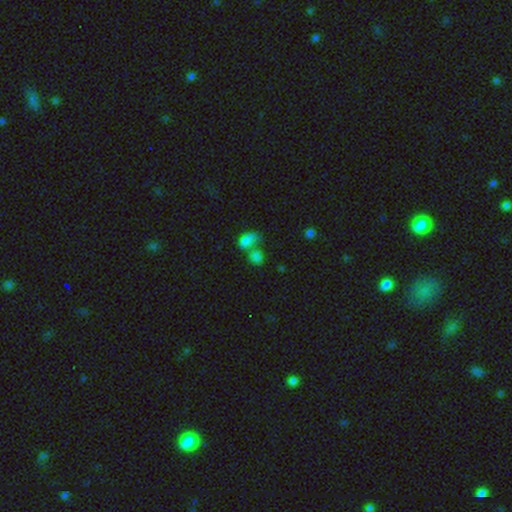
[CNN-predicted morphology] Smooth or featured? Predicted: smooth (p=0.75). How rounded? Predicted: round (p=0.51). Merging? Predicted: merger (p=0.44).